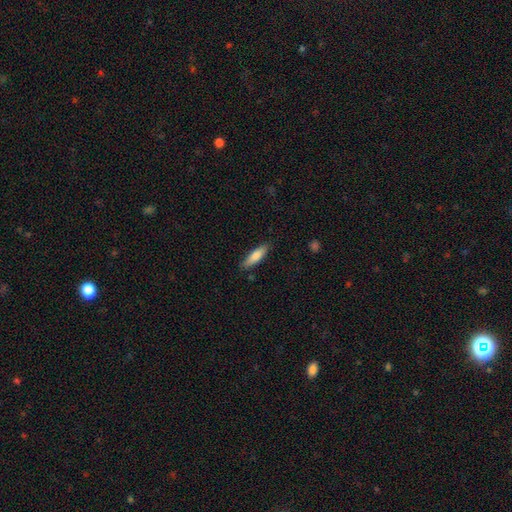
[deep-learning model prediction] Smooth or featured? smooth (78%)
How rounded? cigar-shaped (63%)
Merging? none (84%)